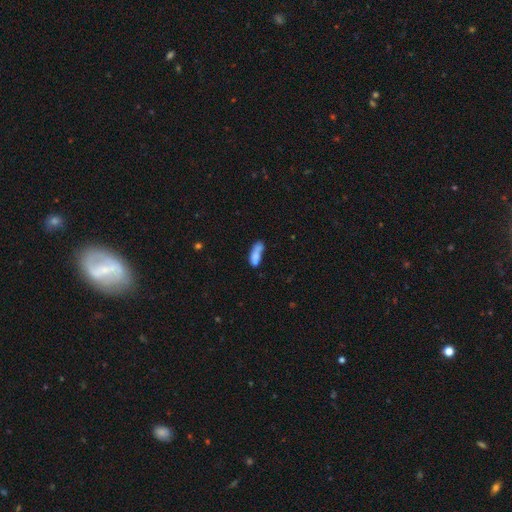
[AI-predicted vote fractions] smooth 75%, featured or disk 16%, star or artifact 9%. Down the decision tree: how rounded — in between (54%); merging — none (38%).